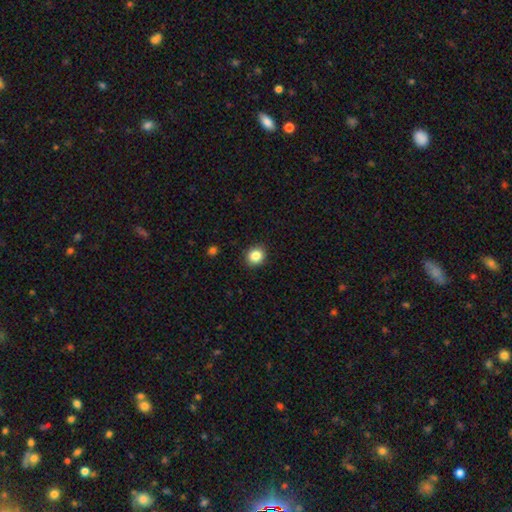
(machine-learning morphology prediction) The model was most divided on "how rounded": round: 82%, in between: 17%, cigar-shaped: 1%. More confident: merging — none (91%); smooth or featured — smooth (85%).